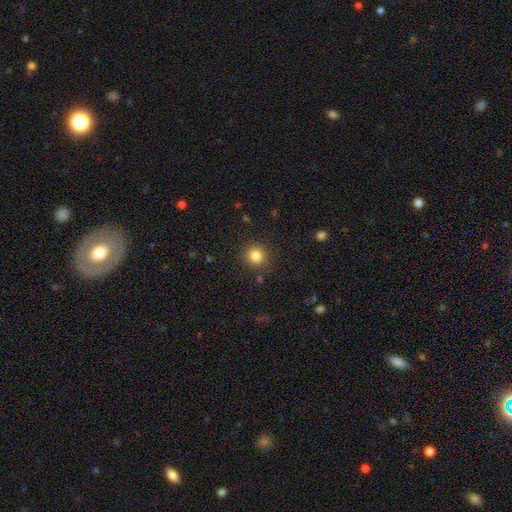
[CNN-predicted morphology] type=smooth (82%); roundness=round (92%); merging=none (88%).